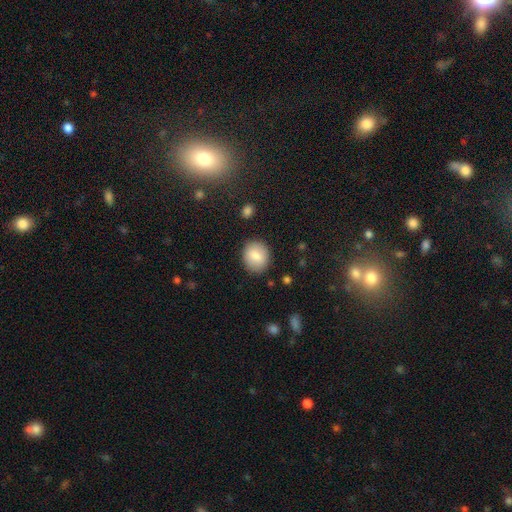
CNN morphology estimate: Overall: smooth (80%). How rounded: round (70%). Merging: none (86%).